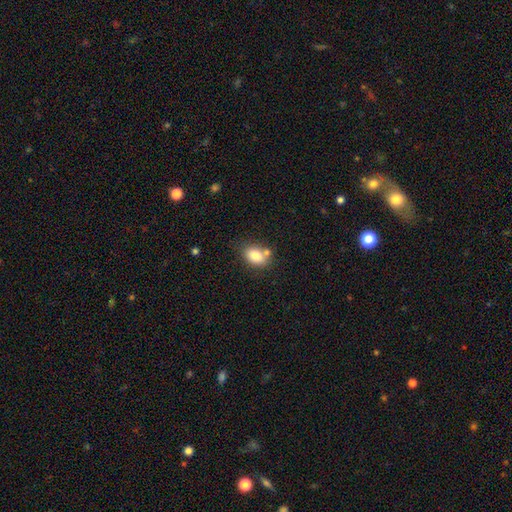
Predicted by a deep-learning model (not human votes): Smooth or featured? Predicted: smooth (p=0.82). How rounded? Predicted: in between (p=0.78). Merging? Predicted: none (p=0.61).